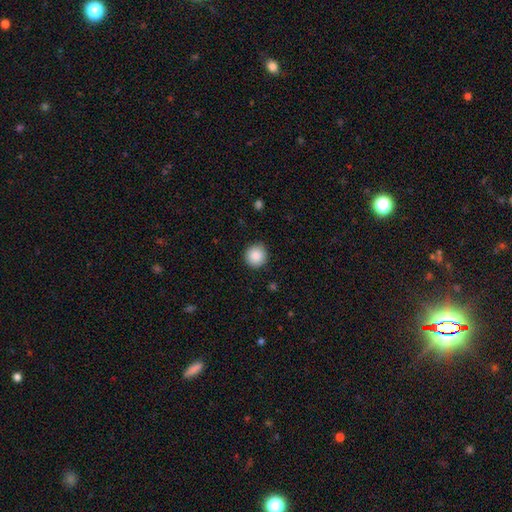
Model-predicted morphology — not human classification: Smooth or featured? Predicted: smooth (p=0.89). How rounded? Predicted: round (p=0.95). Merging? Predicted: none (p=0.90).